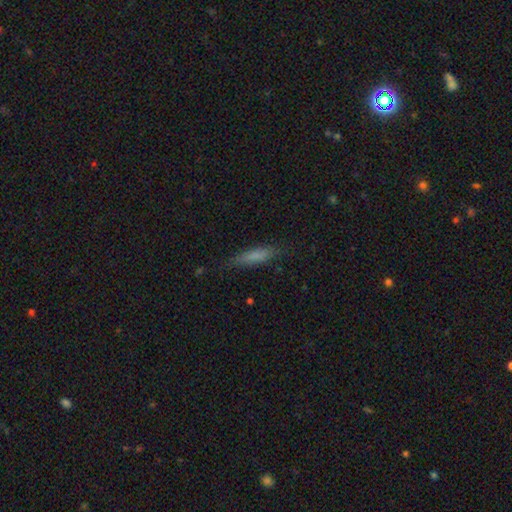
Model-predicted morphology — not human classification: smooth-or-featured: smooth: 73% | featured or disk: 19% | star or artifact: 8%
  how-rounded: cigar-shaped: 79% | in between: 19% | round: 2%
  merging: none: 79% | minor disturbance: 16% | major disturbance: 4% | merger: 1%